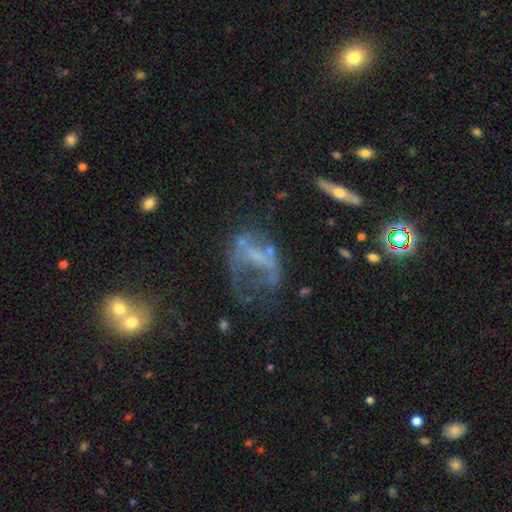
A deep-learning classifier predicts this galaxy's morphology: smooth_or_featured: featured or disk (p=0.59) [alt: smooth p=0.21]
disk_edge_on: no (p=0.93) [alt: yes p=0.07]
bar: no (p=0.65) [alt: weak p=0.23]
has_spiral_arms: no (p=0.70) [alt: yes p=0.30]
bulge_size: none (p=0.60) [alt: small p=0.23]
merging: major disturbance (p=0.45) [alt: none p=0.29]